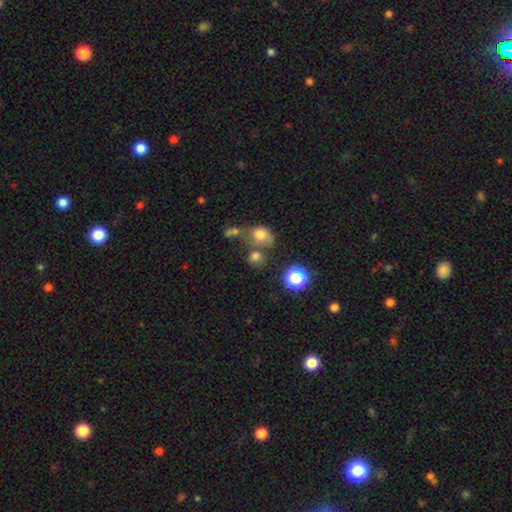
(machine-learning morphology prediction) A smooth galaxy with no disk features (70%) that is round (72%). Merging: none (51%).